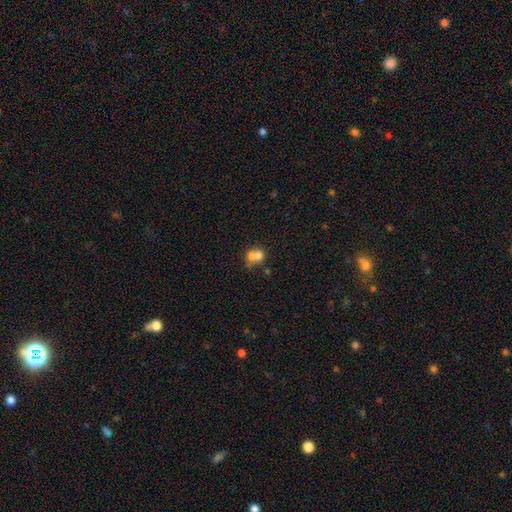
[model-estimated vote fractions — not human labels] This is likely a smooth galaxy (67%). How rounded: likely round (73%). Merging: likely merger (66%).